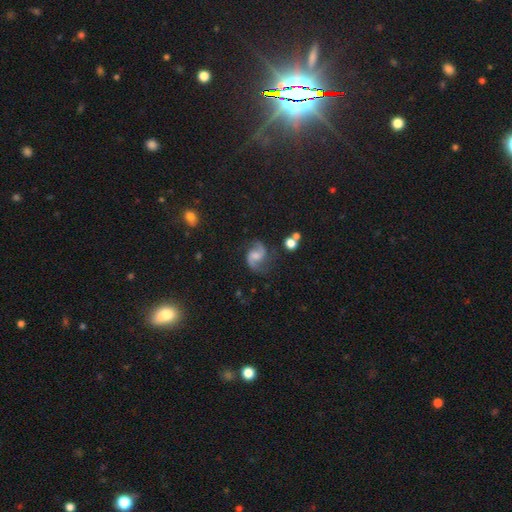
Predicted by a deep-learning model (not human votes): A featured or disk galaxy (83%) with no bar (49%), 2 (93%) loose (51%) spiral arms (97%) and a moderate central bulge (35%).

Vote fractions:
- Smooth or featured? featured or disk: 83% / smooth: 9% / star or artifact: 7%
- Edge-on disk? no: 98% / yes: 2%
- Bar? no: 49% / weak: 42% / strong: 9%
- Spiral arms? yes: 97% / no: 3%
- Spiral winding? loose: 51% / medium: 41% / tight: 8%
- Spiral arm count? 2: 93% / can't tell: 2% / 1: 2% / 3: 1% / 4: 1% / more than 4: 1%
- Bulge size? moderate: 35% / small: 29% / none: 24% / large: 9% / dominant: 2%
- Merging? none: 74% / minor disturbance: 16% / major disturbance: 7% / merger: 3%